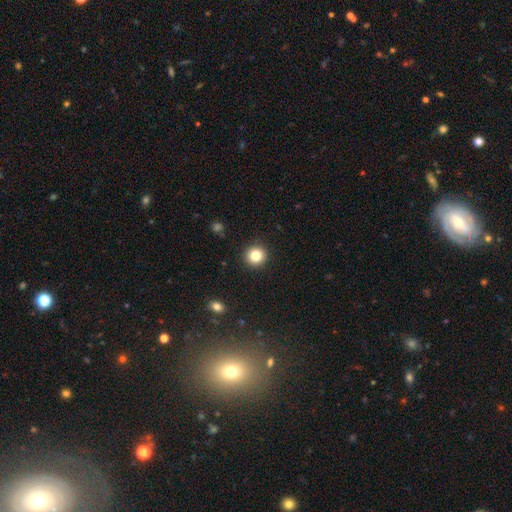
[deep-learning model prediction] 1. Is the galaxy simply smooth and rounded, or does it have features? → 82% smooth, 11% star or artifact, 7% featured or disk.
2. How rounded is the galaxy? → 94% round, 5% in between, 1% cigar-shaped.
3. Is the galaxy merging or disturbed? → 92% none, 5% minor disturbance, 2% major disturbance, 1% merger.